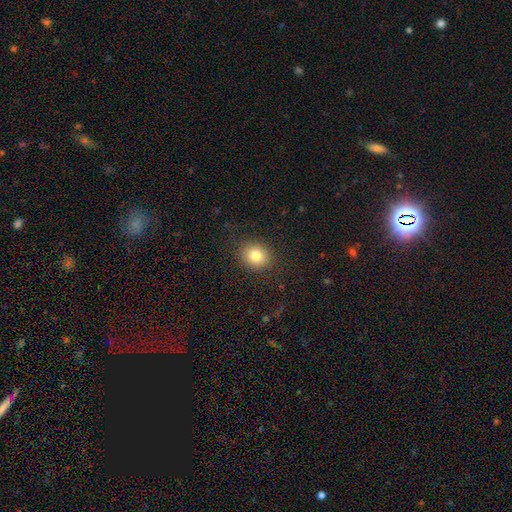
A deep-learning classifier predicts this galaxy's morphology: A smooth galaxy with no disk features (82%) that is round (70%).

Vote fractions:
- Smooth or featured? smooth: 82% / star or artifact: 10% / featured or disk: 7%
- How rounded? round: 70% / in between: 29% / cigar-shaped: 1%
- Merging? none: 87% / minor disturbance: 8% / major disturbance: 3% / merger: 1%